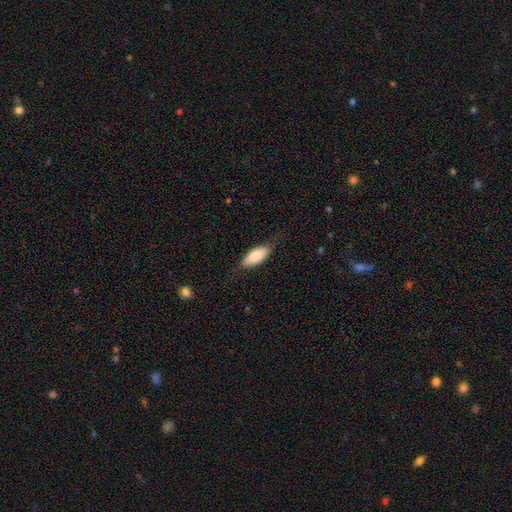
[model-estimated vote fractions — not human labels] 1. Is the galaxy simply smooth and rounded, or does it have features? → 81% smooth, 13% featured or disk, 6% star or artifact.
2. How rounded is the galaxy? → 83% in between, 16% cigar-shaped, 2% round.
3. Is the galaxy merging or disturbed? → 70% none, 22% minor disturbance, 6% major disturbance, 1% merger.